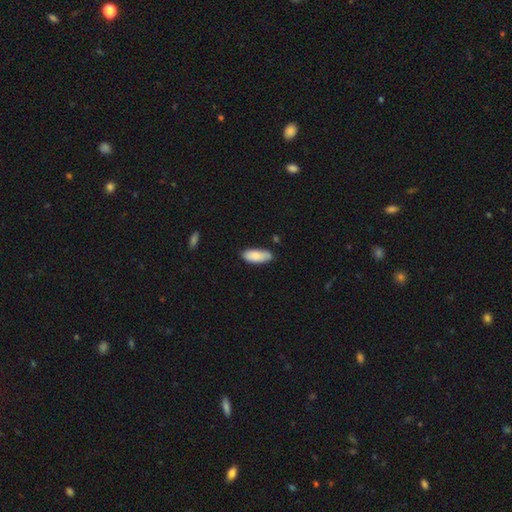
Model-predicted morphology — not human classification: Smooth or featured? Predicted: smooth (p=0.84). How rounded? Predicted: in between (p=0.83). Merging? Predicted: none (p=0.73).